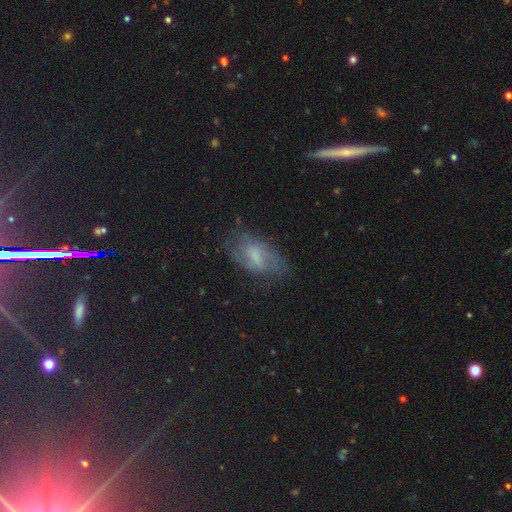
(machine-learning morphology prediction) featured or disk 53%, smooth 36%, star or artifact 10%. Down the decision tree: edge-on disk — no (93%); merging — none (60%).